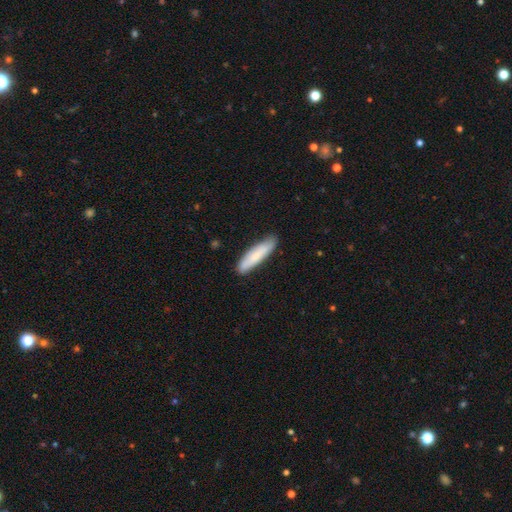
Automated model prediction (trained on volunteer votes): A smooth galaxy with no disk features (78%) that is cigar-shaped (77%).

Vote fractions:
- Smooth or featured? smooth: 78% / featured or disk: 17% / star or artifact: 5%
- How rounded? cigar-shaped: 77% / in between: 22% / round: 1%
- Merging? none: 86% / minor disturbance: 11% / major disturbance: 2% / merger: 1%